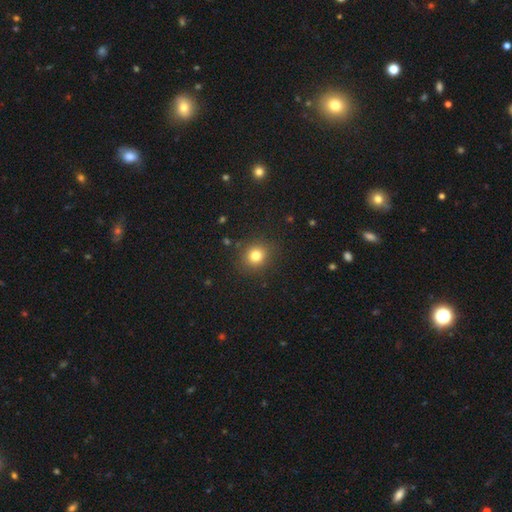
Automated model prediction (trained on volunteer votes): This appears to be a smooth galaxy with no disk features (79%) that is round (84%). Merging: none (88%).